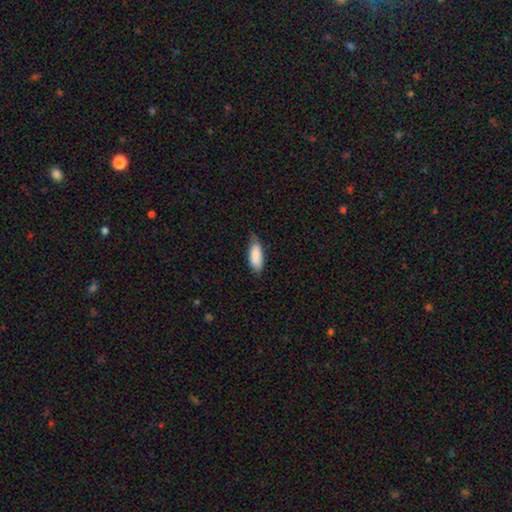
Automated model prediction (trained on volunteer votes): This appears to be a smooth galaxy with no disk features (87%) that is in between round and cigar-shaped (77%). Merging: none (65%).